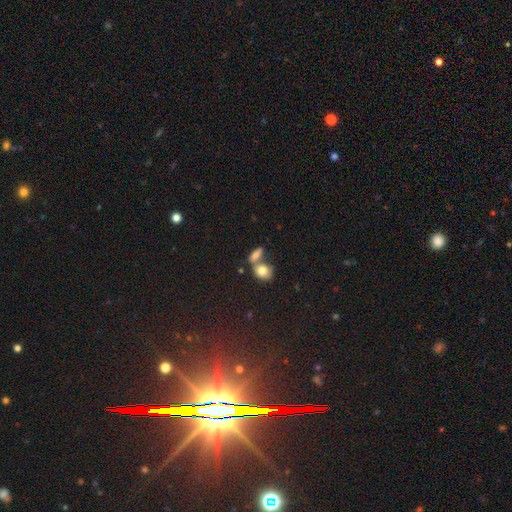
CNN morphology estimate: The model was most divided on "merging": merger: 44%, none: 43%, minor disturbance: 9%, major disturbance: 4%. More confident: smooth or featured — smooth (73%); how rounded — in between (66%).